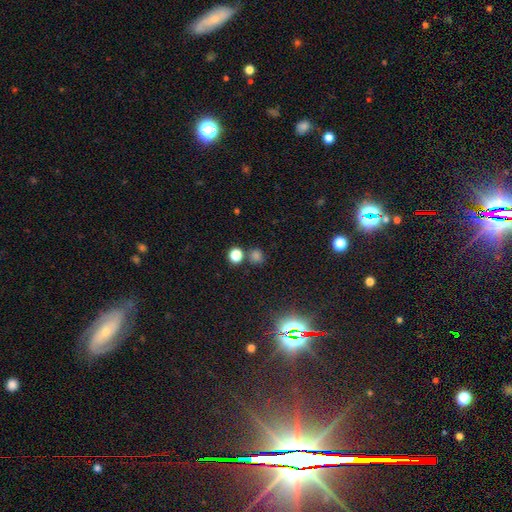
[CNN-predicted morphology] smooth-or-featured: smooth: 63% | star or artifact: 30% | featured or disk: 6%
  how-rounded: round: 85% | in between: 14% | cigar-shaped: 1%
  merging: none: 73% | merger: 14% | minor disturbance: 9% | major disturbance: 4%